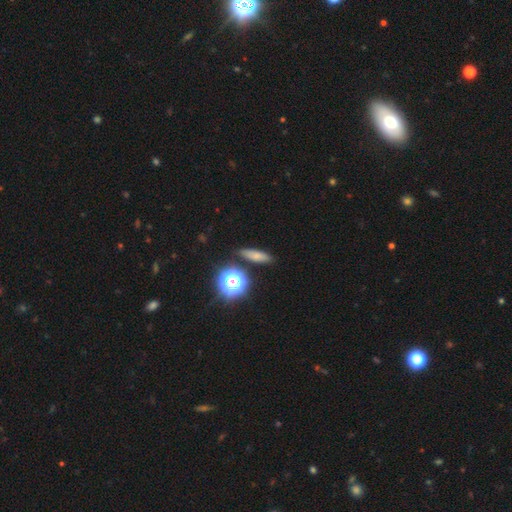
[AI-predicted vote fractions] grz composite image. It shows a smooth galaxy with no disk features (68%) that is cigar-shaped (49%). Merging: none (83%).